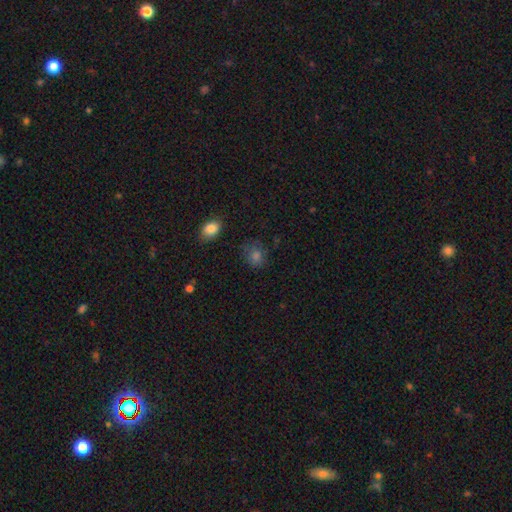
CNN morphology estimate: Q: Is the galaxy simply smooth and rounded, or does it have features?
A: smooth — 76%.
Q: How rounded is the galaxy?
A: round — 67%.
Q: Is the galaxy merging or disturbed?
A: none — 72%.